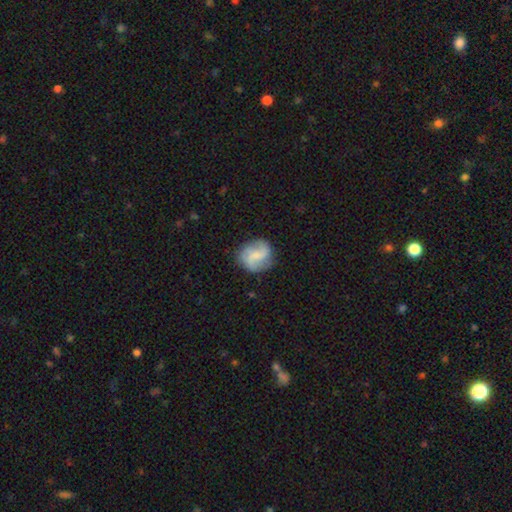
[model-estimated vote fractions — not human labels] A featured or disk galaxy (58%) with a weak bar (48%), 2 (67%) loose (42%) spiral arms (90%) and no central bulge (40%). Merging: none (73%).